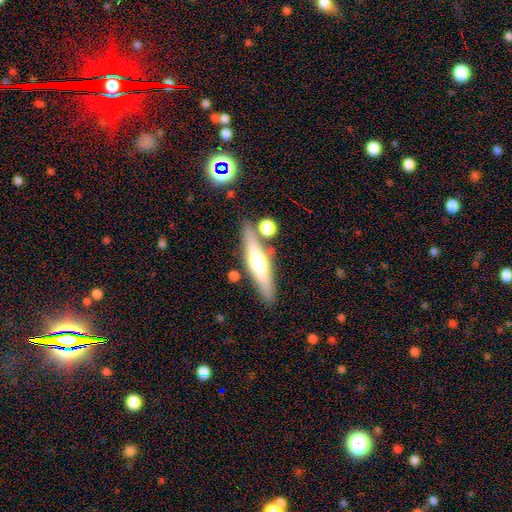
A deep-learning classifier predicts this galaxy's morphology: Smooth or featured? Predicted: featured or disk (p=0.58). Edge-on disk? Predicted: yes (p=0.94). Edge-on bulge? Predicted: rounded (p=0.85). Merging? Predicted: none (p=0.82).